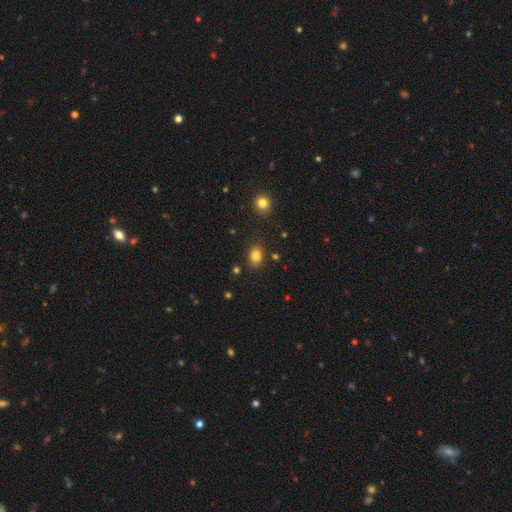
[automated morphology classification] Smooth or featured: smooth — 84% (star or artifact — 11%)
How rounded: in between — 54% (round — 45%)
Merging: none — 84% (minor disturbance — 10%)